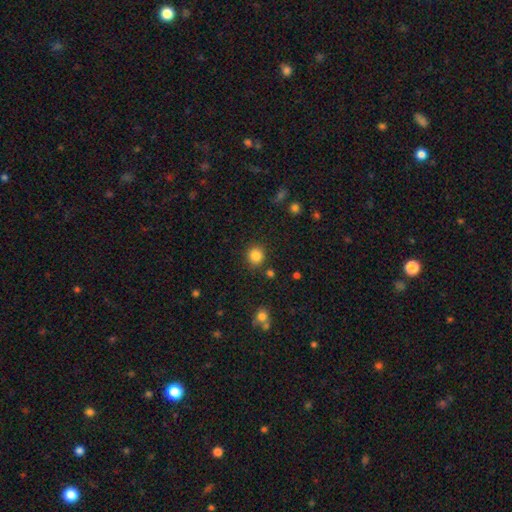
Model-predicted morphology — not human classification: smooth_or_featured: smooth (p=0.85) [alt: star or artifact p=0.11]
how_rounded: round (p=0.90) [alt: in between p=0.09]
merging: none (p=0.87) [alt: minor disturbance p=0.07]